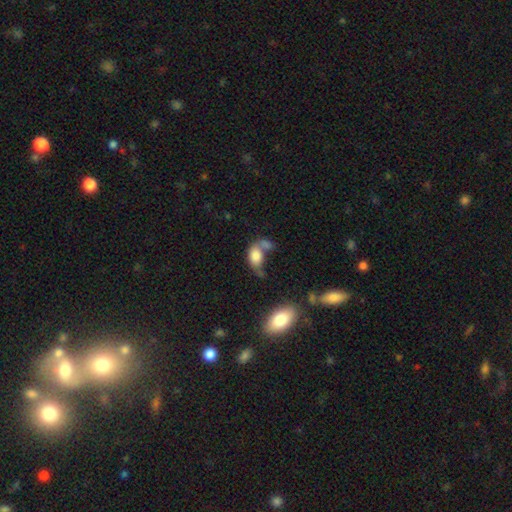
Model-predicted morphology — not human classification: Smooth or featured?
  - smooth: 77% *
  - featured or disk: 14%
  - star or artifact: 9%
How rounded?
  - in between: 82% *
  - round: 16%
  - cigar-shaped: 2%
Merging?
  - merger: 46% *
  - none: 22%
  - major disturbance: 18%
  - minor disturbance: 15%